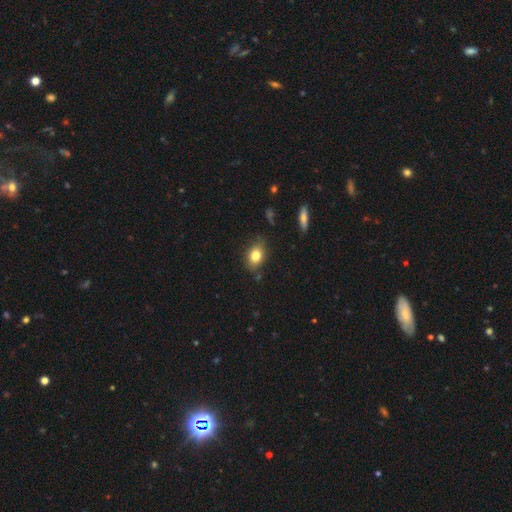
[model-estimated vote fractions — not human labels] Smooth or featured?
  - smooth: 79% *
  - featured or disk: 11%
  - star or artifact: 9%
How rounded?
  - in between: 72% *
  - round: 26%
  - cigar-shaped: 2%
Merging?
  - none: 77% *
  - minor disturbance: 17%
  - major disturbance: 3%
  - merger: 3%